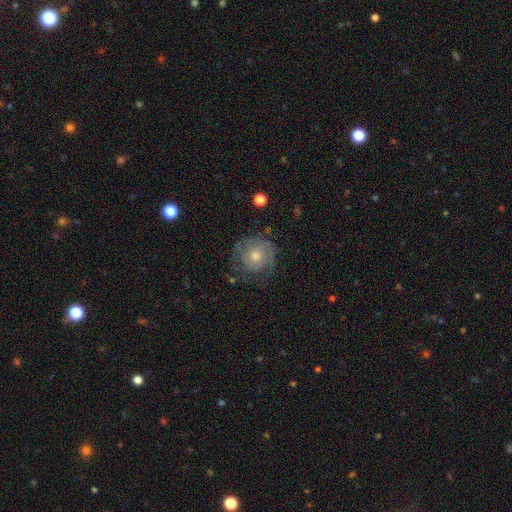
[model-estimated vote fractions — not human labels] A featured or disk galaxy (62%) with no bar (83%), spiral arms (83%) and a moderate central bulge (57%). Merging: none (70%).